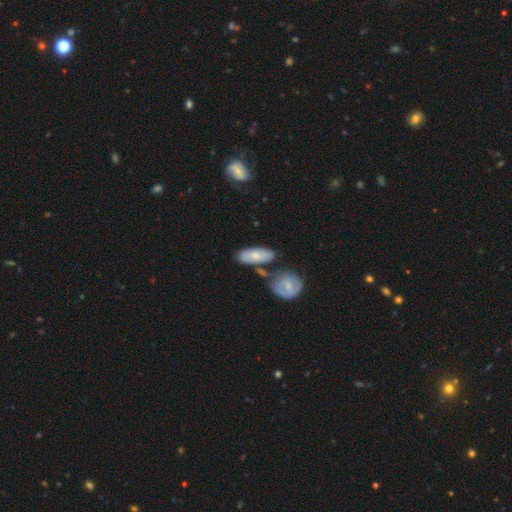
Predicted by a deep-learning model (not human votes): smooth_or_featured: smooth (p=0.67) [alt: featured or disk p=0.27]
how_rounded: in between (p=0.75) [alt: cigar-shaped p=0.20]
merging: none (p=0.57) [alt: merger p=0.20]